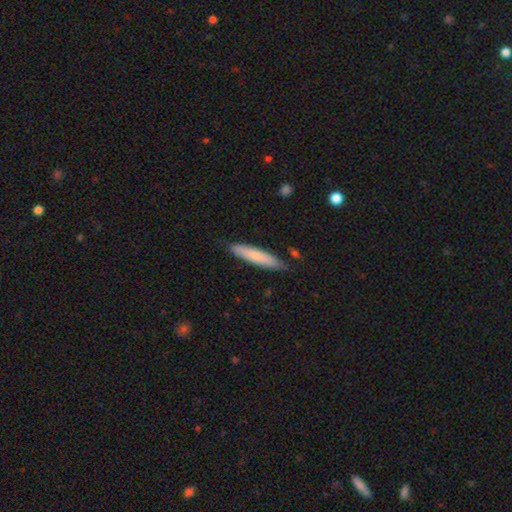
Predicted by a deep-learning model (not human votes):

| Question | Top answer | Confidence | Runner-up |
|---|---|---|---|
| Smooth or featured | smooth | 74% | featured or disk (20%) |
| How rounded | cigar-shaped | 88% | in between (10%) |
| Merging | none | 84% | minor disturbance (13%) |